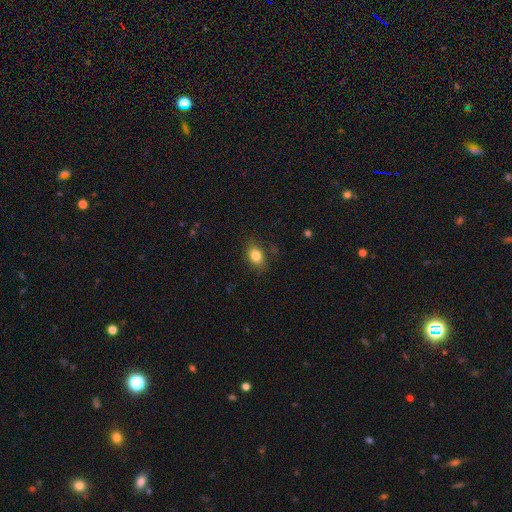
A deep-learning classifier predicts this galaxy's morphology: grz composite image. It shows a smooth galaxy with no disk features (83%) that is in between round and cigar-shaped (74%). Merging: none (80%).